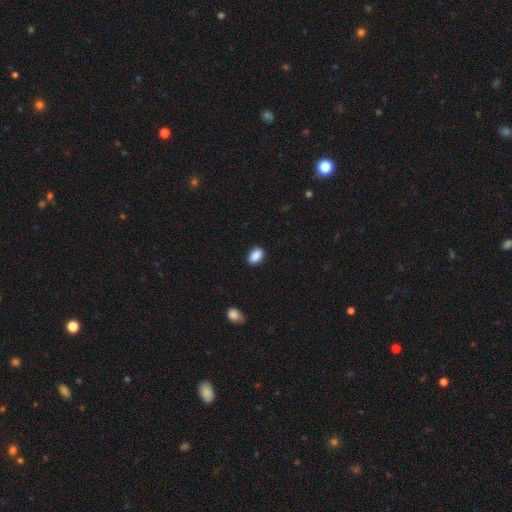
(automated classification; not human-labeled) smooth-or-featured: smooth: 89% | star or artifact: 7% | featured or disk: 3%
  how-rounded: in between: 89% | round: 9% | cigar-shaped: 2%
  merging: none: 87% | minor disturbance: 9% | major disturbance: 2% | merger: 1%